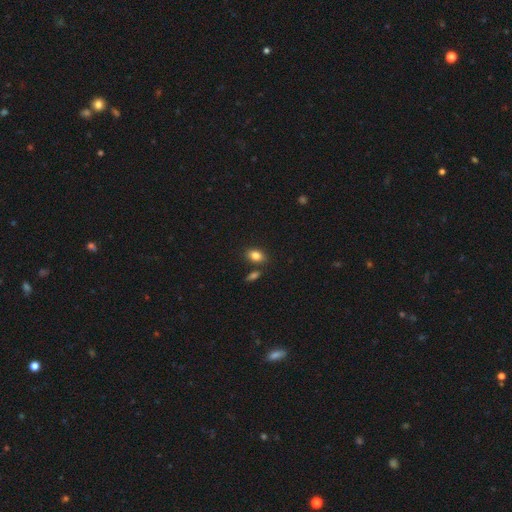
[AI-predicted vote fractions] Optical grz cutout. It shows a smooth galaxy with no disk features (84%) that is in between round and cigar-shaped (83%). Merging: none (76%).